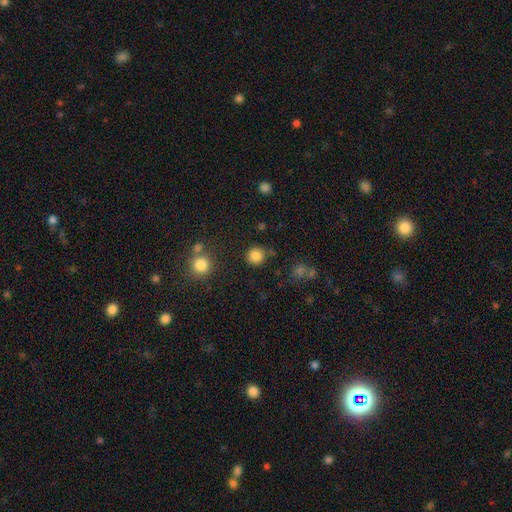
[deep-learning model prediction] Smooth or featured? Predicted: smooth (p=0.84). How rounded? Predicted: round (p=0.92). Merging? Predicted: none (p=0.83).